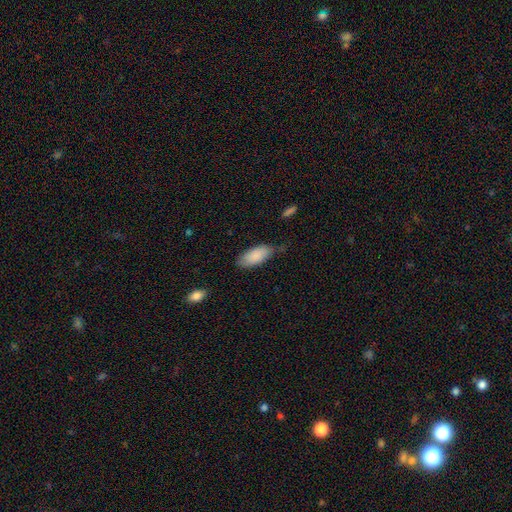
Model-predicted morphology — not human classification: smooth_or_featured: smooth (p=0.87) [alt: featured or disk p=0.07]
how_rounded: in between (p=0.87) [alt: cigar-shaped p=0.11]
merging: none (p=0.62) [alt: minor disturbance p=0.29]